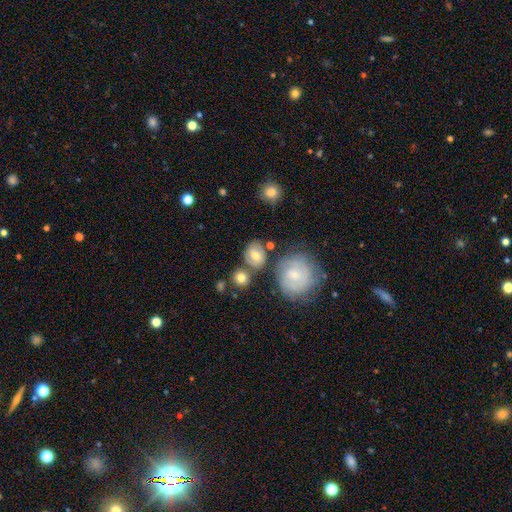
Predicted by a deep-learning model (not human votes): A smooth galaxy with no disk features (56%) that is round (65%). Merging: none (64%).